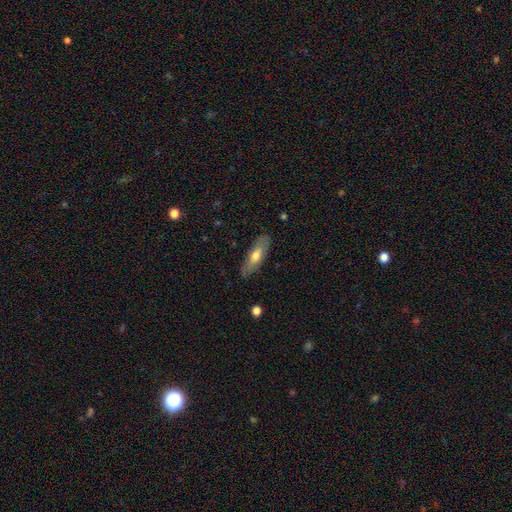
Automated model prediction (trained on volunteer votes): smooth 56%, featured or disk 38%, star or artifact 6%. Down the decision tree: how rounded — in between (53%); merging — none (83%).